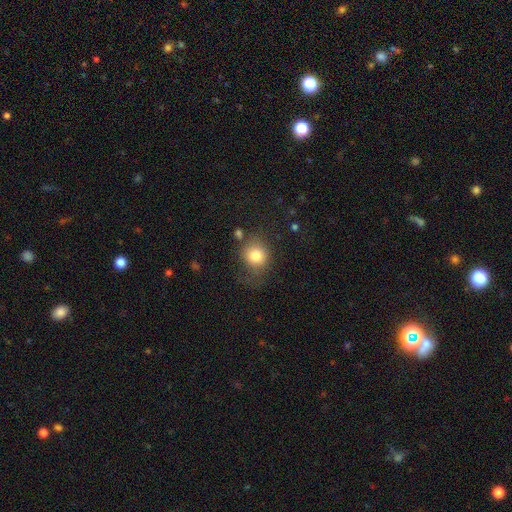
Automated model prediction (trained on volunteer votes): Smooth or featured?
  - smooth: 81% *
  - star or artifact: 10%
  - featured or disk: 9%
How rounded?
  - round: 80% *
  - in between: 19%
  - cigar-shaped: 1%
Merging?
  - none: 61% *
  - minor disturbance: 21%
  - major disturbance: 13%
  - merger: 4%